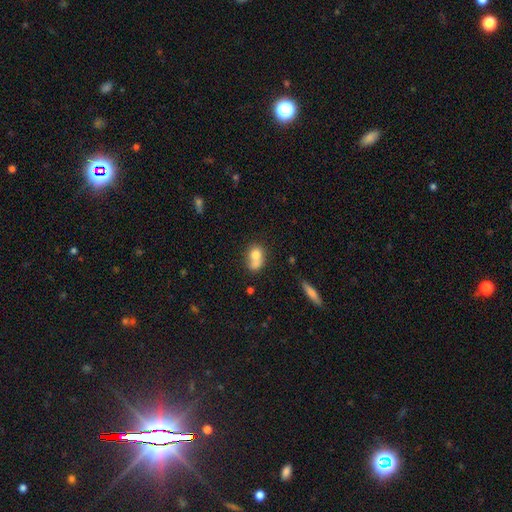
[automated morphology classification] type=smooth (73%); roundness=in between (50%); merging=merger (49%).